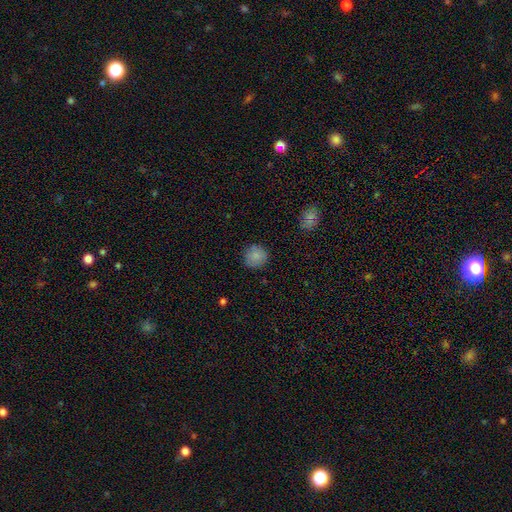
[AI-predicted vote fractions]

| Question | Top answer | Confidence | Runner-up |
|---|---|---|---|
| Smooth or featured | smooth | 85% | star or artifact (9%) |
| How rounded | round | 91% | in between (8%) |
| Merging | none | 85% | minor disturbance (11%) |